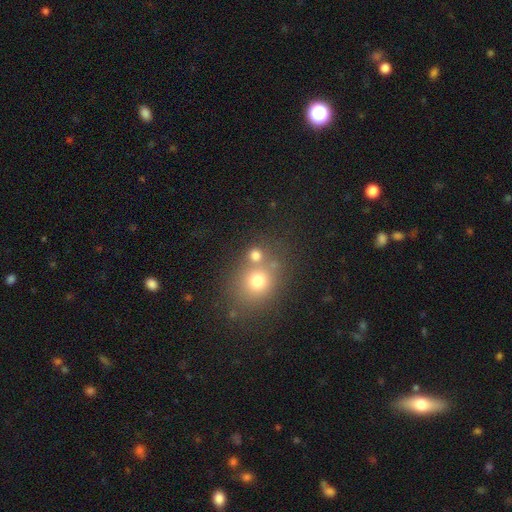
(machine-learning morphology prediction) Q: Smooth or featured?
A: smooth (72%); runner-up: star or artifact (17%)
Q: How rounded?
A: round (80%); runner-up: in between (19%)
Q: Merging?
A: none (57%); runner-up: merger (30%)